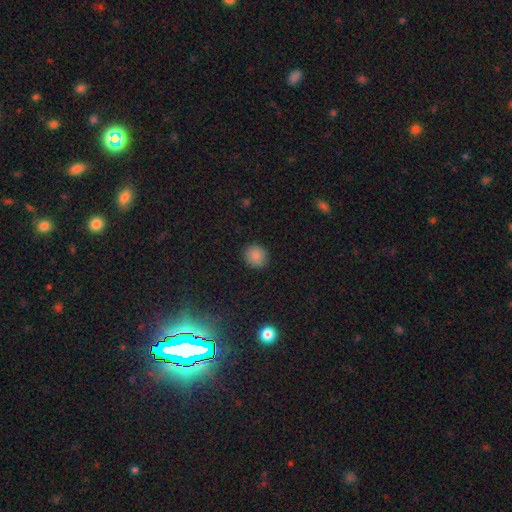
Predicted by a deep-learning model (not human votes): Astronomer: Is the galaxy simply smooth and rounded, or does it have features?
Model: smooth — 86%.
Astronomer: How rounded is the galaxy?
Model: round — 89%.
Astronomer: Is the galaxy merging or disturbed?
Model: none — 90%.